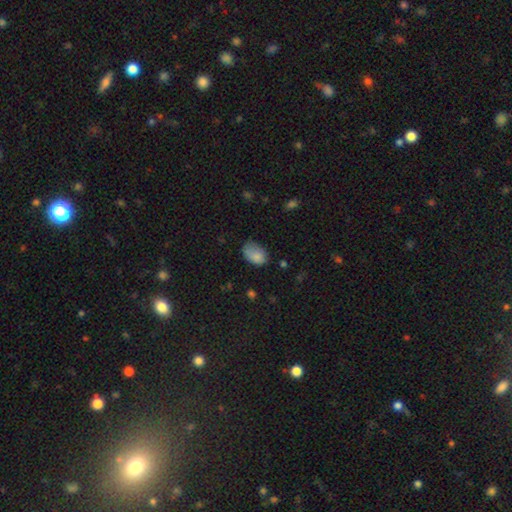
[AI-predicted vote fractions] smooth-or-featured: smooth: 82% | star or artifact: 9% | featured or disk: 9%
  how-rounded: in between: 86% | round: 13% | cigar-shaped: 1%
  merging: none: 50% | minor disturbance: 35% | major disturbance: 12% | merger: 3%